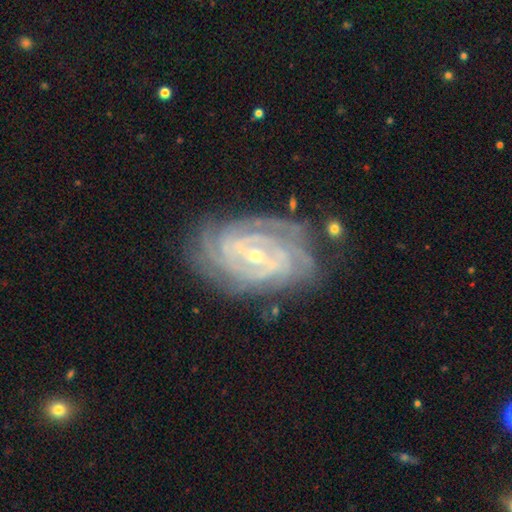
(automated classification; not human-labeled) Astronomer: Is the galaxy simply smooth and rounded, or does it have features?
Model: featured or disk — 91%.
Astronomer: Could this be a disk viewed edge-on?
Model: no — 96%.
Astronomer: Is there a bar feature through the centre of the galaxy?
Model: weak — 42% (runner-up: strong, 40%).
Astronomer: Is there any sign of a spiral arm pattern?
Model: yes — 98%.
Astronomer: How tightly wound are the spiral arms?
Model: tight — 80%.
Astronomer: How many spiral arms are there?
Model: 4 — 29% (runner-up: 3, 21%).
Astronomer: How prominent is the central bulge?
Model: small — 67%.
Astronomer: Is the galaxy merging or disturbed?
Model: none — 77%.